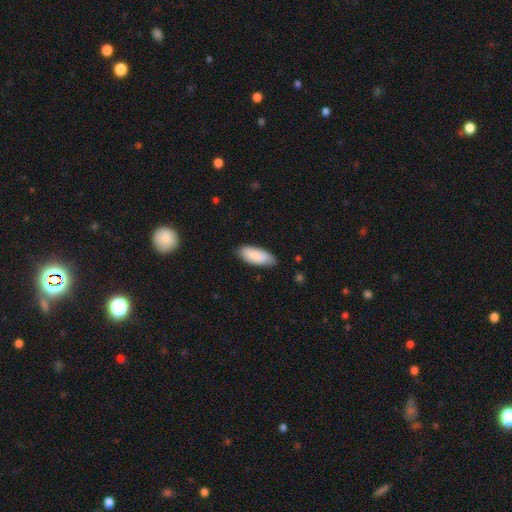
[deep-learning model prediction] Smooth or featured: smooth — 85% (featured or disk — 10%)
How rounded: in between — 84% (cigar-shaped — 14%)
Merging: none — 77% (minor disturbance — 19%)